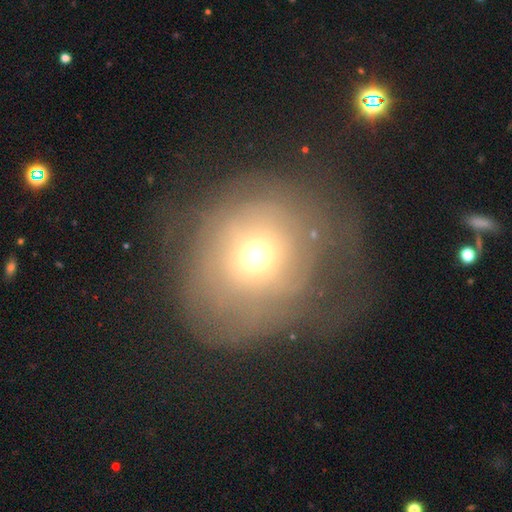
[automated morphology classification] Smooth or featured? Predicted: smooth (p=0.51). How rounded? Predicted: round (p=0.83). Merging? Predicted: none (p=0.43).